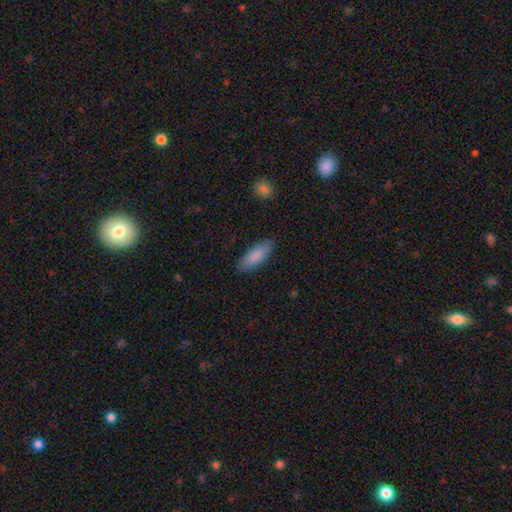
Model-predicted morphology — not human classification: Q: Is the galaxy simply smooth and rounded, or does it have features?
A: smooth — 86%.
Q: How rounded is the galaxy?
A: in between — 64%.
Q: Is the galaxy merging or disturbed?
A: none — 87%.